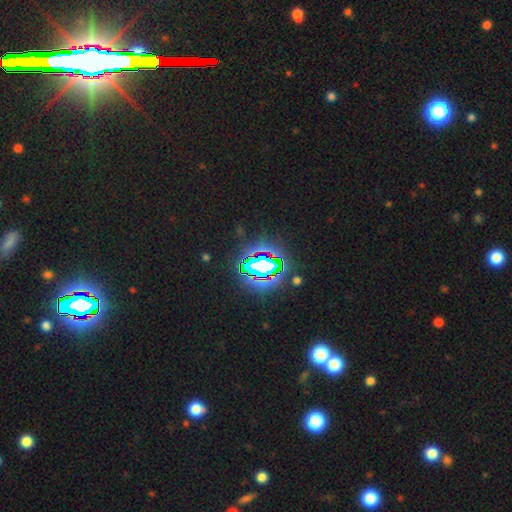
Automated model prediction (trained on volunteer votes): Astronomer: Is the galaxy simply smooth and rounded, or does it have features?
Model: star or artifact — 77%.